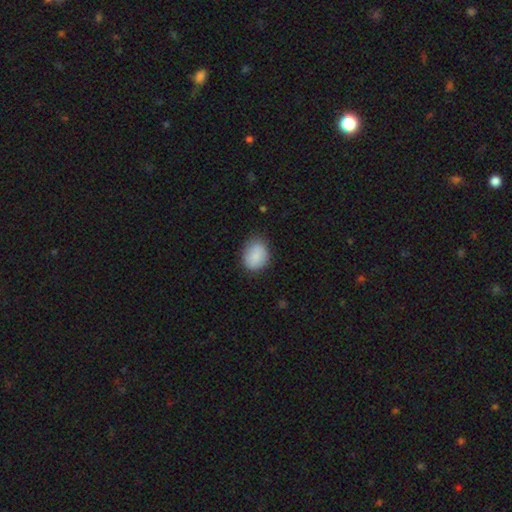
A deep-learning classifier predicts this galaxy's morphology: This is clearly a smooth galaxy (85%). How rounded: possibly round (50%). Merging: likely none (75%).